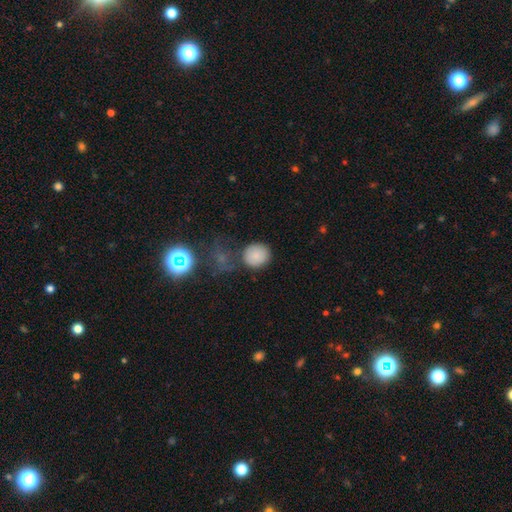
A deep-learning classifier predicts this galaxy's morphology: Overall: smooth (81%). How rounded: round (85%). Merging: none (75%).